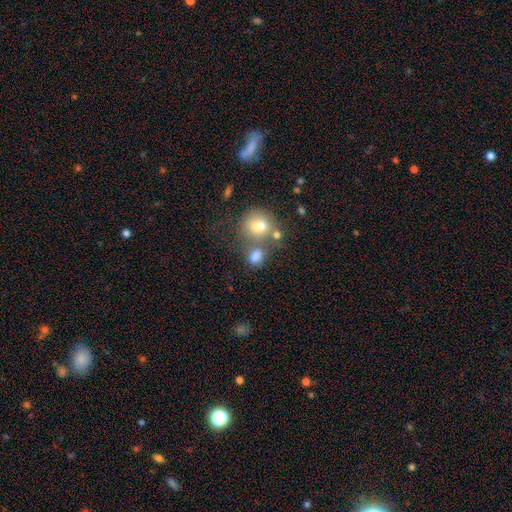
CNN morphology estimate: Q: Smooth or featured?
A: smooth (74%); runner-up: star or artifact (14%)
Q: How rounded?
A: round (54%); runner-up: in between (45%)
Q: Merging?
A: none (43%); runner-up: merger (38%)